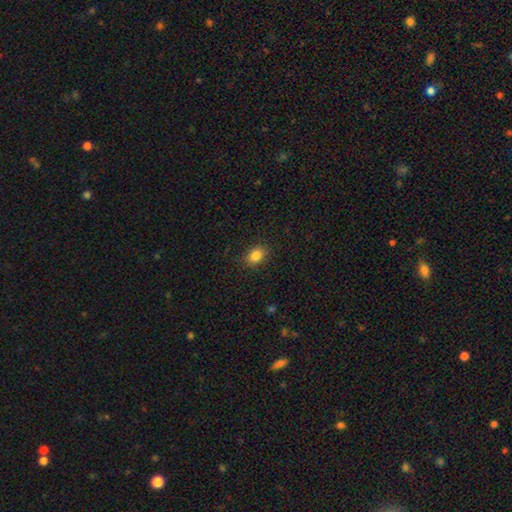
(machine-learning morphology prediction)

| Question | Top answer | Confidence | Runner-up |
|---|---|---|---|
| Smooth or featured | smooth | 85% | star or artifact (10%) |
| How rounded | in between | 68% | round (31%) |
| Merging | none | 87% | minor disturbance (10%) |